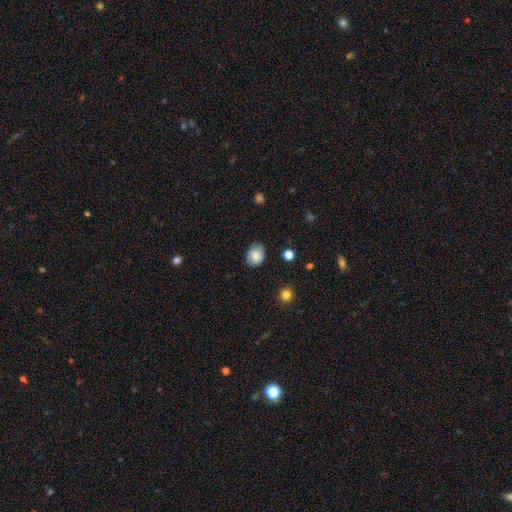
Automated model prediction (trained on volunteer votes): Smooth or featured? Predicted: smooth (p=0.76). How rounded? Predicted: round (p=0.51). Merging? Predicted: none (p=0.77).